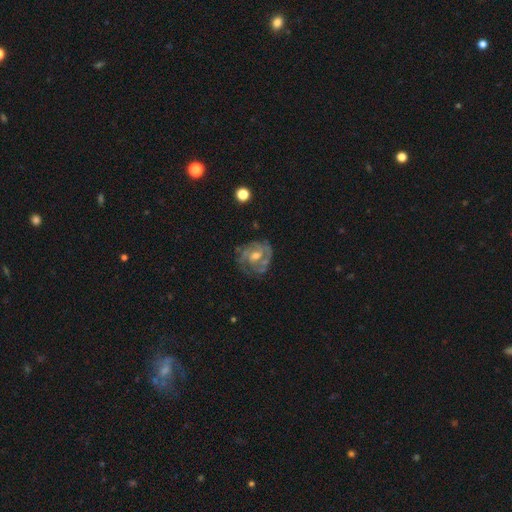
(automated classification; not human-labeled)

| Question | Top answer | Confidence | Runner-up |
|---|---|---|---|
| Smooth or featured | featured or disk | 81% | smooth (11%) |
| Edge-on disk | no | 97% | yes (3%) |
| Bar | no | 48% | weak (42%) |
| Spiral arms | yes | 89% | no (11%) |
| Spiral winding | tight | 59% | medium (33%) |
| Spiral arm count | can't tell | 30% | 2 (29%) |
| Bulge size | moderate | 61% | small (32%) |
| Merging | none | 70% | minor disturbance (19%) |